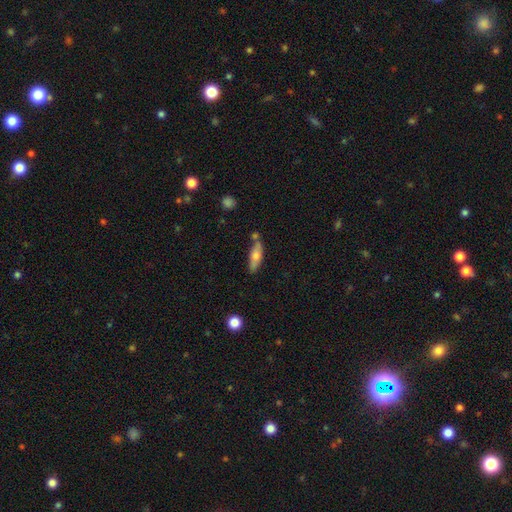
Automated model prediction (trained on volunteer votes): Smooth or featured?
  - smooth: 61% *
  - featured or disk: 33%
  - star or artifact: 7%
How rounded?
  - cigar-shaped: 50% *
  - in between: 47%
  - round: 3%
Merging?
  - none: 68% *
  - minor disturbance: 17%
  - merger: 11%
  - major disturbance: 4%